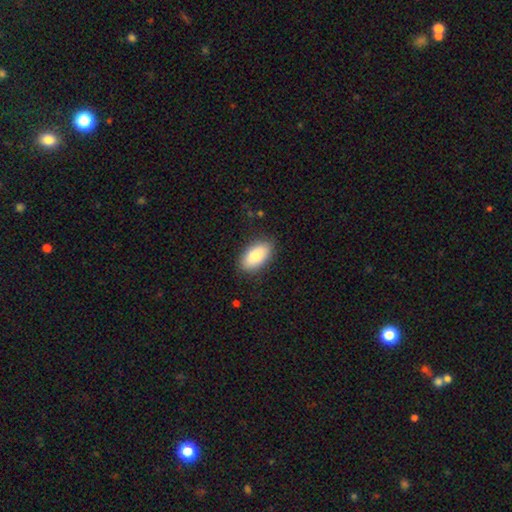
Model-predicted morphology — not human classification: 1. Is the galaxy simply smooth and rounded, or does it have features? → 85% smooth, 9% featured or disk, 6% star or artifact.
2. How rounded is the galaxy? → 94% in between, 3% round, 3% cigar-shaped.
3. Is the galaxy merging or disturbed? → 86% none, 11% minor disturbance, 3% major disturbance, 1% merger.